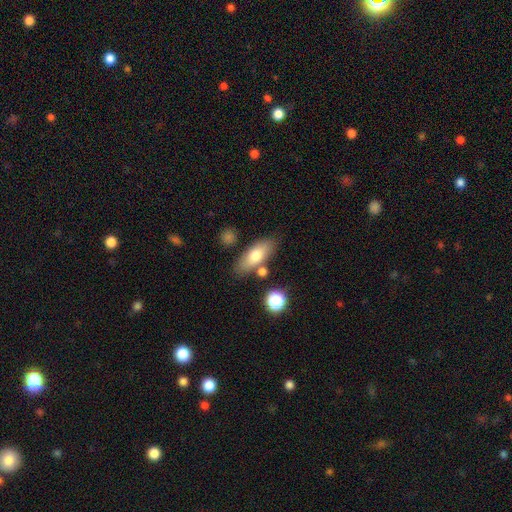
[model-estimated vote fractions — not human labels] This is likely a smooth galaxy (72%). How rounded: likely in between (72%). Merging: likely none (75%).